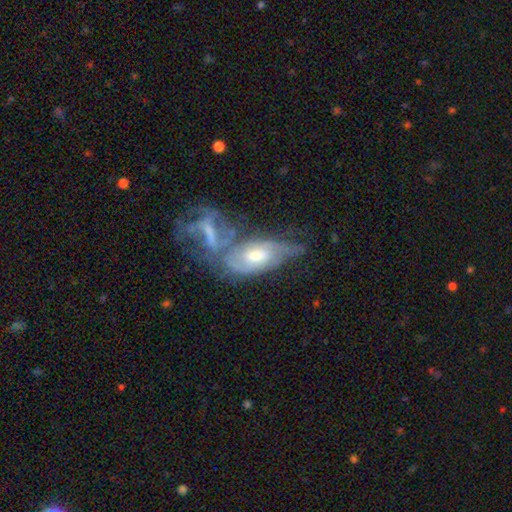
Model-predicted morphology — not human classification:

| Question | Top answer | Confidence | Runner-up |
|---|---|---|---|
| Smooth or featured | featured or disk | 72% | smooth (21%) |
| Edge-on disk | no | 90% | yes (10%) |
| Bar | no | 45% | weak (40%) |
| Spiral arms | yes | 83% | no (17%) |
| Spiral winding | tight | 43% | medium (40%) |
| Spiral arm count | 2 | 50% | can't tell (34%) |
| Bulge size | moderate | 63% | small (20%) |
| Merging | merger | 51% | none (23%) |